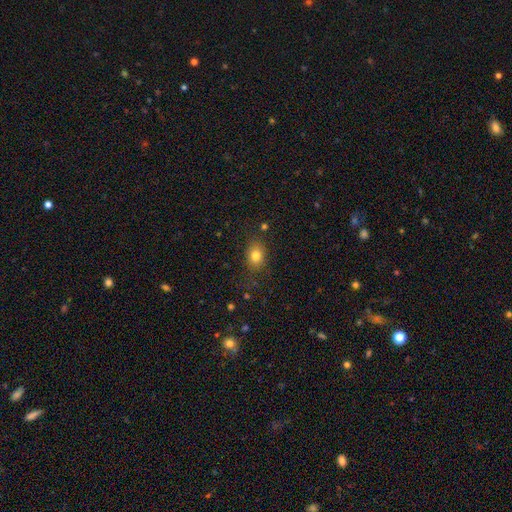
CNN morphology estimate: This is likely a smooth galaxy (80%). How rounded: possibly in between (59%). Merging: clearly none (81%).